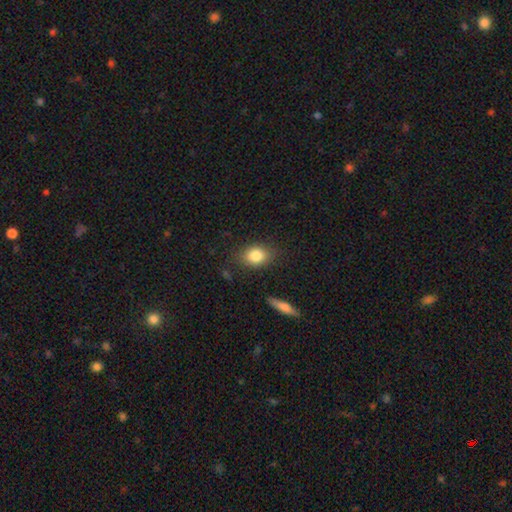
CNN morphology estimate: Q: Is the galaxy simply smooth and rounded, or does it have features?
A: smooth — 82%.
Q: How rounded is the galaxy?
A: in between — 69%.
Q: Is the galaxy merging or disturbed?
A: none — 80%.